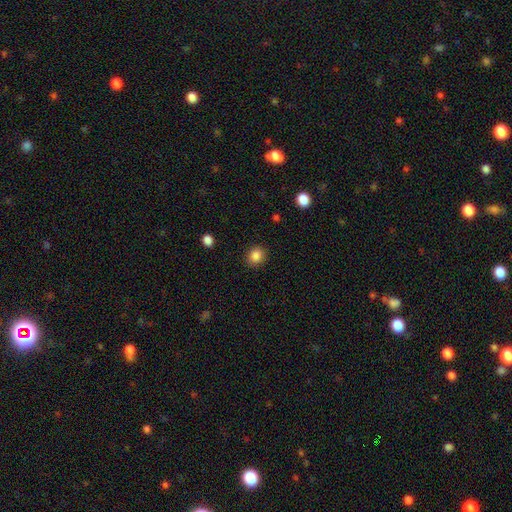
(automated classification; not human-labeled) This is clearly a smooth galaxy (85%). How rounded: likely round (76%). Merging: clearly none (89%).